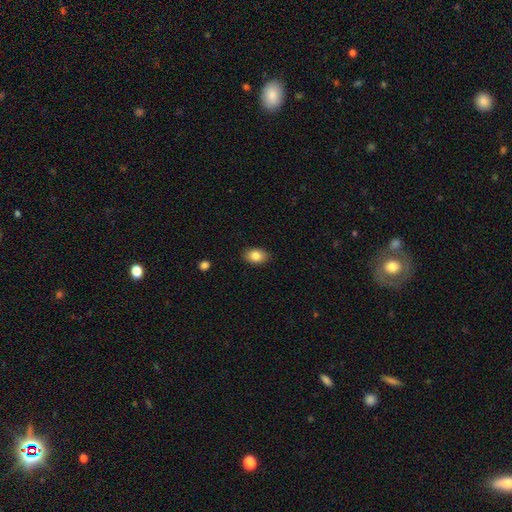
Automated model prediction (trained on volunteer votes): This is clearly a smooth galaxy (84%). How rounded: clearly in between (84%). Merging: clearly none (87%).